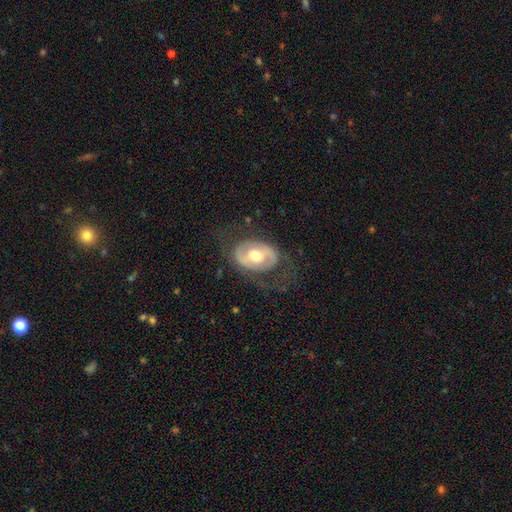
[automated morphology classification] This is likely a featured or disk galaxy (65%). It is clearly not viewed edge-on (94%). Bar: possibly no (47%). Spiral arm pattern: possibly no (52%). Central bulge: likely moderate (70%). Merging: likely none (65%).